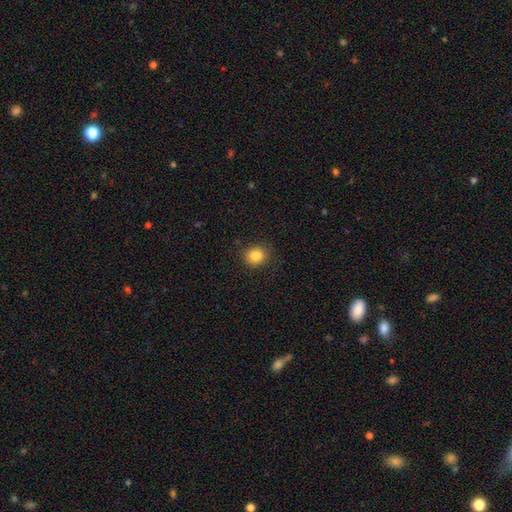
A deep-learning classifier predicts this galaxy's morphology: smooth 85%, star or artifact 10%, featured or disk 5%. Down the decision tree: how rounded — round (80%); merging — none (87%).